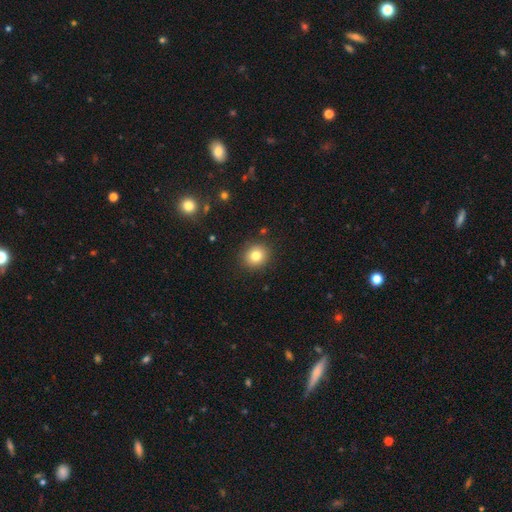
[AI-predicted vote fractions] Morphology: type=smooth (81%); roundness=round (87%); merging=none (90%).